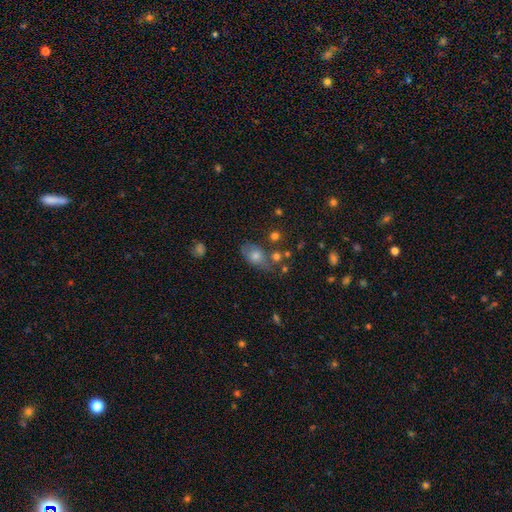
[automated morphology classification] Smooth or featured: smooth — 61% (featured or disk — 23%)
How rounded: in between — 73% (round — 24%)
Merging: none — 56% (minor disturbance — 23%)